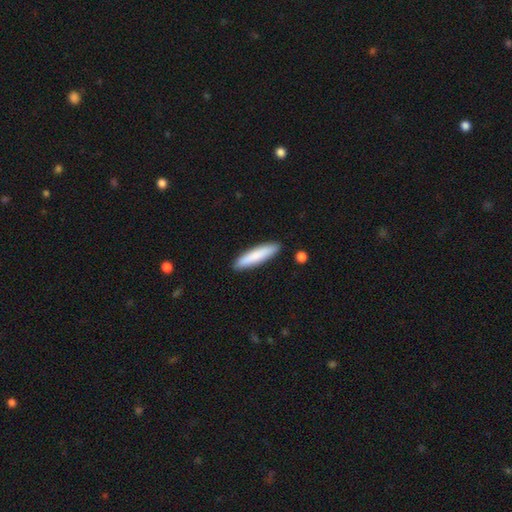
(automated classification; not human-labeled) Smooth or featured? Predicted: smooth (p=0.83). How rounded? Predicted: cigar-shaped (p=0.85). Merging? Predicted: none (p=0.90).